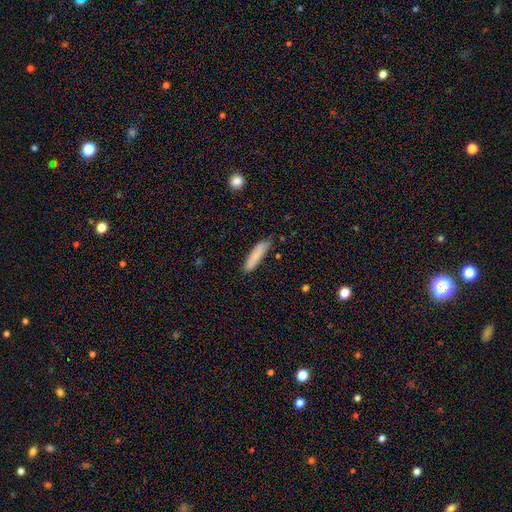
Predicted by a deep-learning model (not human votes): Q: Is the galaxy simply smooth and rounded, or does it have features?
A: smooth — 82%.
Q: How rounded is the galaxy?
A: cigar-shaped — 76%.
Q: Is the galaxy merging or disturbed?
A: none — 79%.